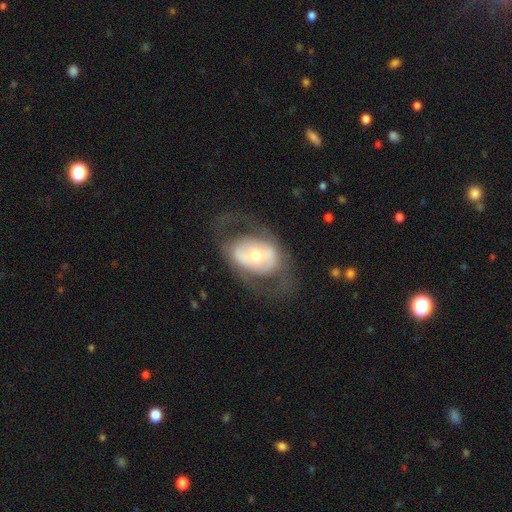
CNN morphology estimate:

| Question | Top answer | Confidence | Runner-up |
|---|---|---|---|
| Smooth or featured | featured or disk | 64% | smooth (30%) |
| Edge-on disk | no | 92% | yes (8%) |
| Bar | no | 53% | weak (25%) |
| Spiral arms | no | 66% | yes (34%) |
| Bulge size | moderate | 65% | small (20%) |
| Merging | none | 65% | major disturbance (18%) |